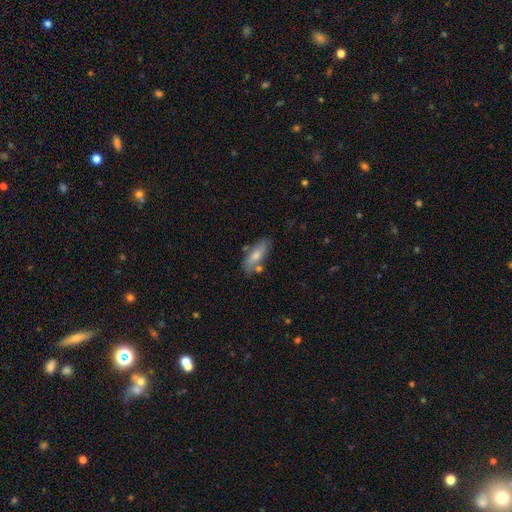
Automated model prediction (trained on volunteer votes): A smooth galaxy with no disk features (69%) that is in between round and cigar-shaped (65%).

Vote fractions:
- Smooth or featured? smooth: 69% / featured or disk: 24% / star or artifact: 7%
- How rounded? in between: 65% / cigar-shaped: 32% / round: 3%
- Merging? none: 67% / minor disturbance: 18% / merger: 11% / major disturbance: 4%